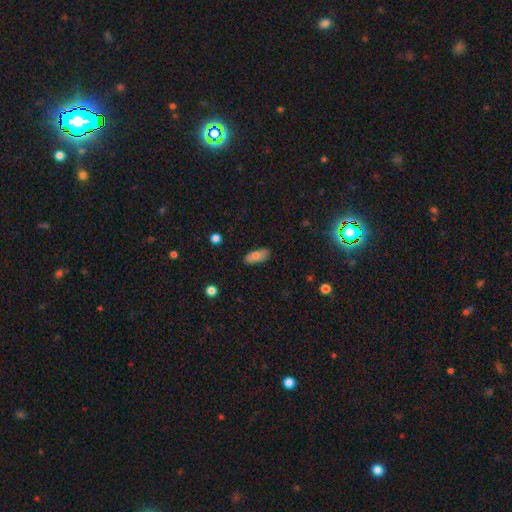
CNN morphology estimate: Q: Smooth or featured?
A: smooth (73%); runner-up: featured or disk (19%)
Q: How rounded?
A: in between (84%); runner-up: cigar-shaped (13%)
Q: Merging?
A: none (83%); runner-up: minor disturbance (13%)